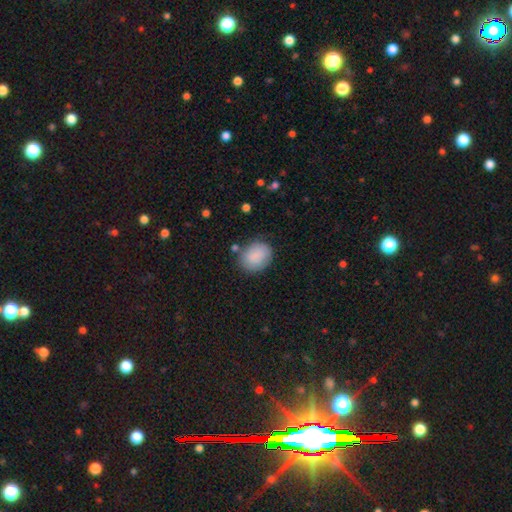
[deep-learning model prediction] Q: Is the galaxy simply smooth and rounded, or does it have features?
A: smooth — 87%.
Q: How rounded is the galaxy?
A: in between — 51%.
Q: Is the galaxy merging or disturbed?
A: none — 76%.